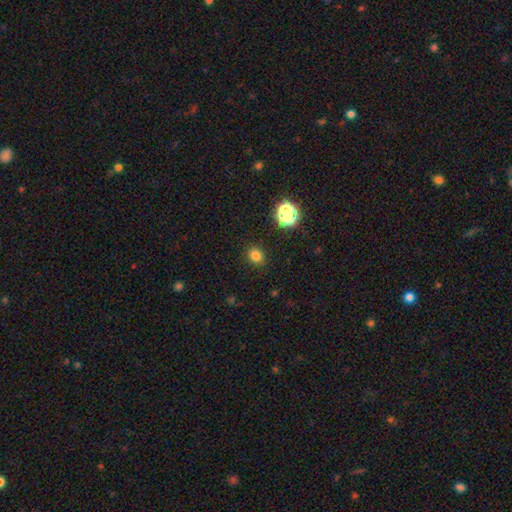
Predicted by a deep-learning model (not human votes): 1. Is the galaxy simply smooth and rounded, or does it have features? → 79% smooth, 16% star or artifact, 5% featured or disk.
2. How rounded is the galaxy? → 66% round, 33% in between, 1% cigar-shaped.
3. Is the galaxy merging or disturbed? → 89% none, 7% minor disturbance, 2% major disturbance, 1% merger.